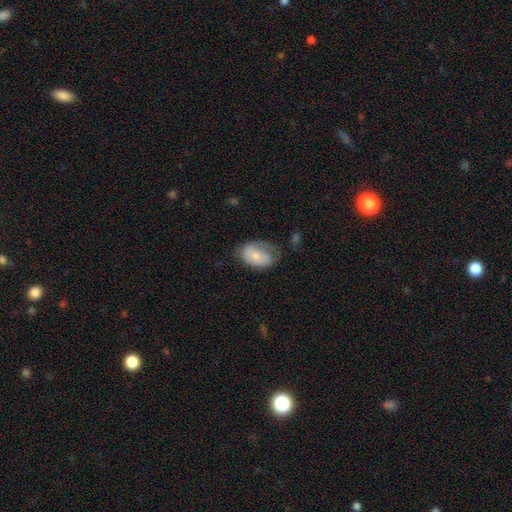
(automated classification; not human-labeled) A smooth galaxy with no disk features (68%) that is in between round and cigar-shaped (88%). Merging: none (46%).